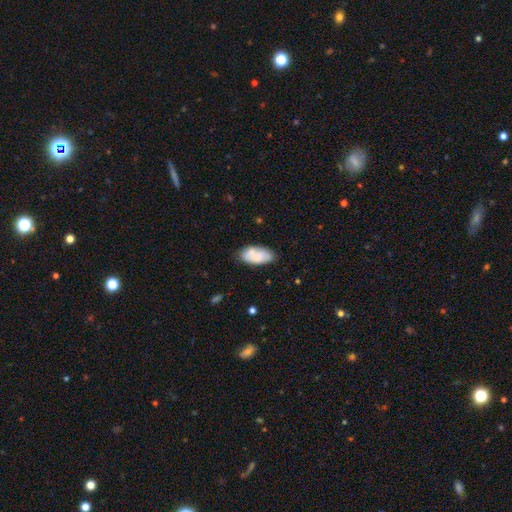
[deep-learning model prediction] Q: Smooth or featured?
A: smooth (76%); runner-up: featured or disk (17%)
Q: How rounded?
A: in between (93%); runner-up: cigar-shaped (4%)
Q: Merging?
A: none (68%); runner-up: minor disturbance (22%)